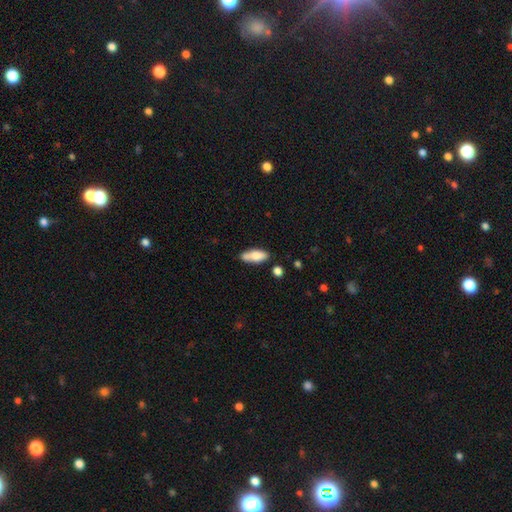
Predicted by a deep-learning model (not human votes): Overall: smooth (74%). How rounded: in between (74%). Merging: none (61%).